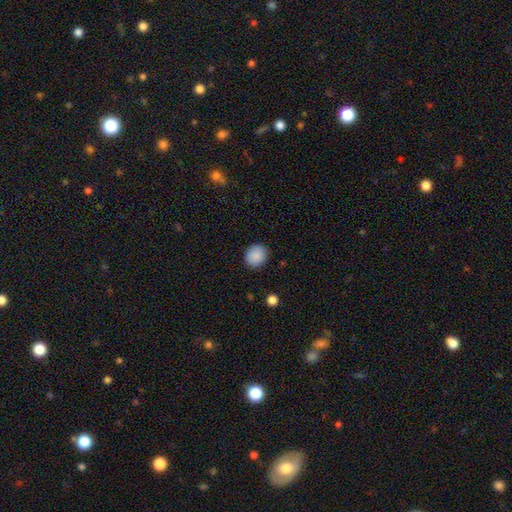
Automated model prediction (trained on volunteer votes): This appears to be a smooth galaxy with no disk features (89%) that is round (78%). Merging: none (89%).